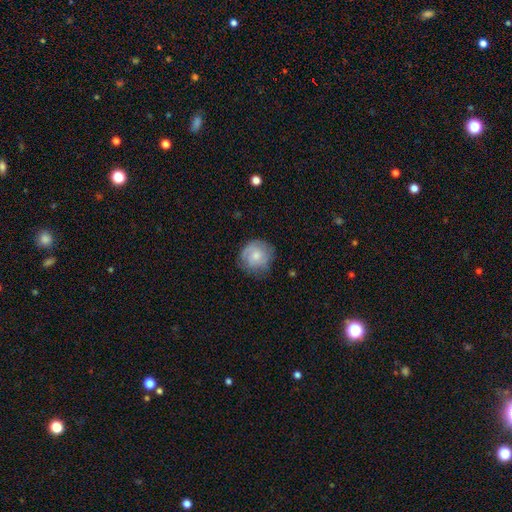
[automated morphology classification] Overall: smooth (64%; featured or disk 29%). How rounded: round (89%). Merging: none (69%).